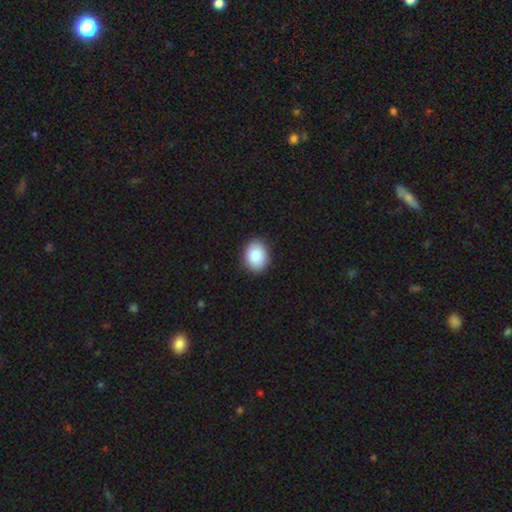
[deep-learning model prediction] Smooth or featured? smooth (89%)
How rounded? in between (60%)
Merging? none (90%)